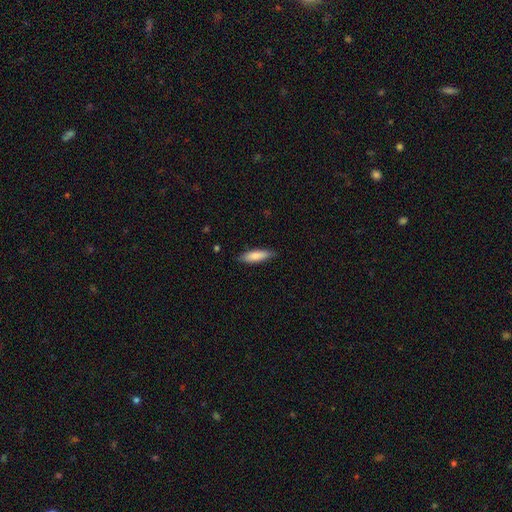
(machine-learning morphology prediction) smooth_or_featured: smooth (p=0.80) [alt: featured or disk p=0.14]
how_rounded: cigar-shaped (p=0.62) [alt: in between p=0.37]
merging: none (p=0.85) [alt: minor disturbance p=0.12]